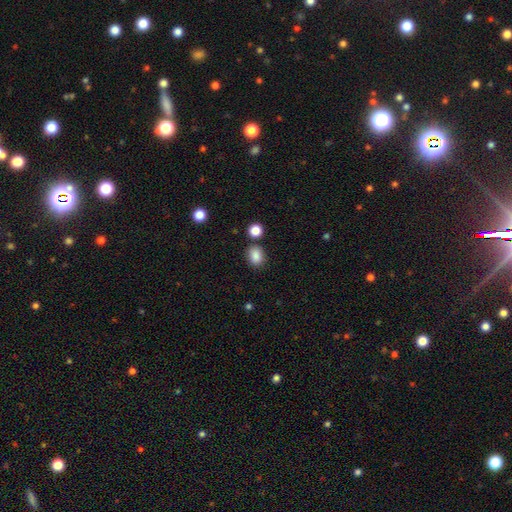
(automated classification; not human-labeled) Smooth or featured: smooth — 86% (star or artifact — 10%)
How rounded: in between — 50% (round — 49%)
Merging: none — 79% (minor disturbance — 11%)